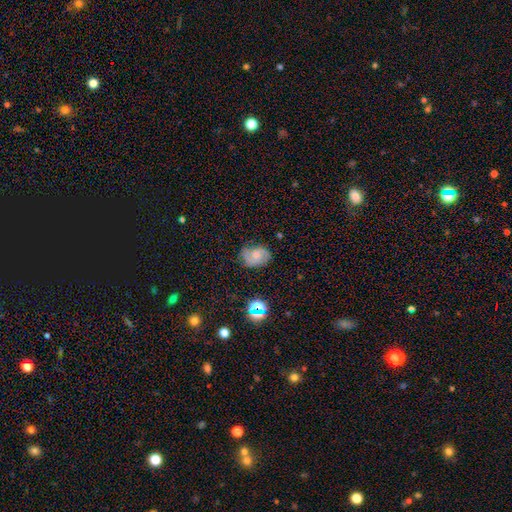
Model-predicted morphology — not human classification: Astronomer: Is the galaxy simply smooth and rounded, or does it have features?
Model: featured or disk — 55% (runner-up: smooth, 34%).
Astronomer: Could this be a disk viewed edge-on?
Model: no — 97%.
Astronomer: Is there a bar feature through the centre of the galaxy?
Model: no — 61%.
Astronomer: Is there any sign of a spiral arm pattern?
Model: yes — 89%.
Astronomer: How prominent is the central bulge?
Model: moderate — 39% (runner-up: small, 33%).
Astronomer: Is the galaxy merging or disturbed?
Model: none — 67%.